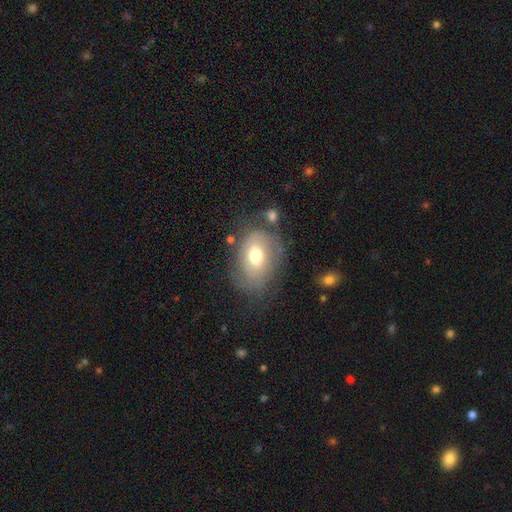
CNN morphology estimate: Smooth or featured: smooth — 55% (featured or disk — 35%)
How rounded: in between — 69% (round — 30%)
Merging: none — 53% (minor disturbance — 24%)